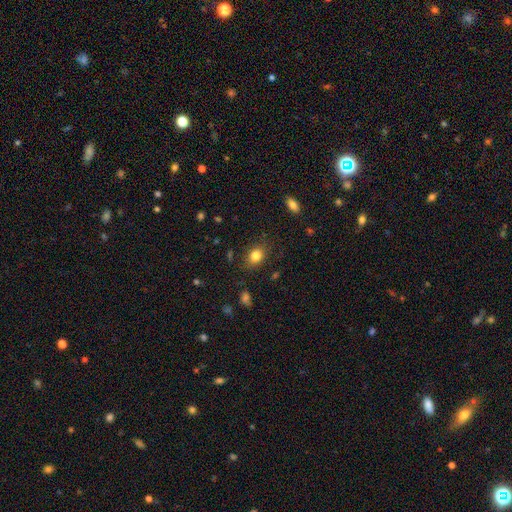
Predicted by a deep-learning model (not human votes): A smooth galaxy with no disk features (82%) that is in between round and cigar-shaped (59%). Merging: none (81%).